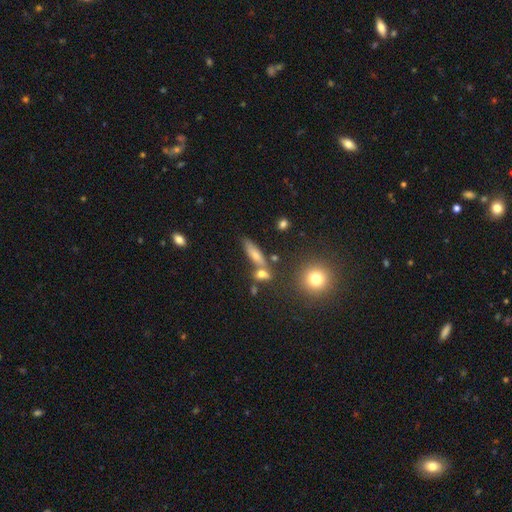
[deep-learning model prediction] smooth 52%, featured or disk 33%, star or artifact 16%. Down the decision tree: how rounded — cigar-shaped (57%); merging — none (65%).